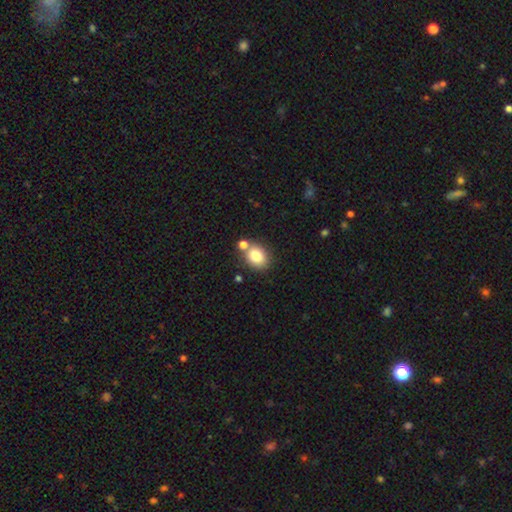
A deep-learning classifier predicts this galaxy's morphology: Smooth or featured? smooth (80%)
How rounded? round (53%)
Merging? none (67%)